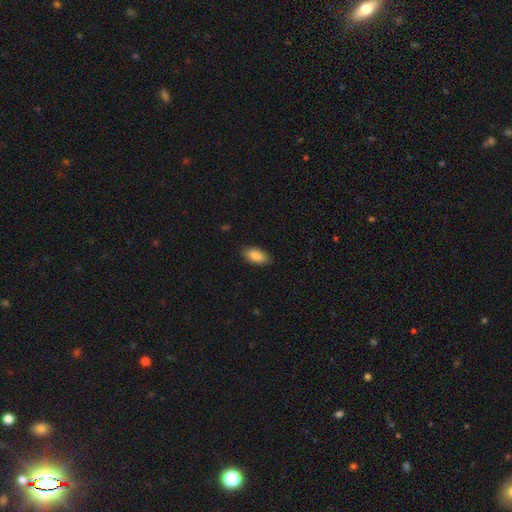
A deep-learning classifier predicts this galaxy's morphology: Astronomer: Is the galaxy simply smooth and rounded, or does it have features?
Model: smooth — 86%.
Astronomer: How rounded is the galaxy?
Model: in between — 93%.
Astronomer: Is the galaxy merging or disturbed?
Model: none — 88%.